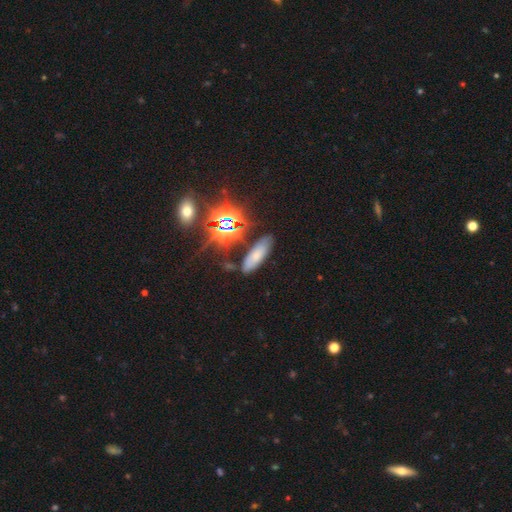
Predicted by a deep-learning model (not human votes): smooth 54%, star or artifact 27%, featured or disk 19%. Down the decision tree: how rounded — in between (56%); merging — none (78%).